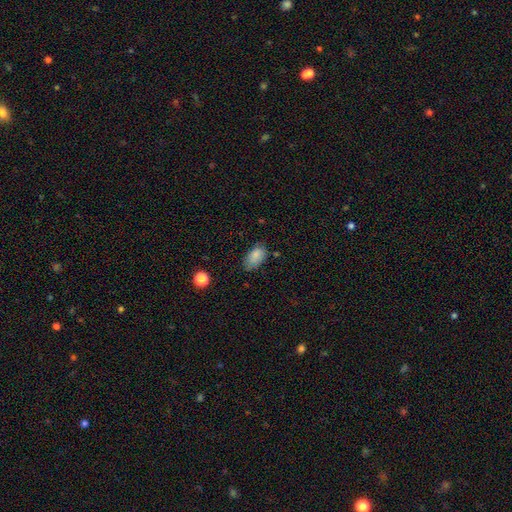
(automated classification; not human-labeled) This appears to be a smooth galaxy with no disk features (83%) that is in between round and cigar-shaped (92%). Merging: none (63%).